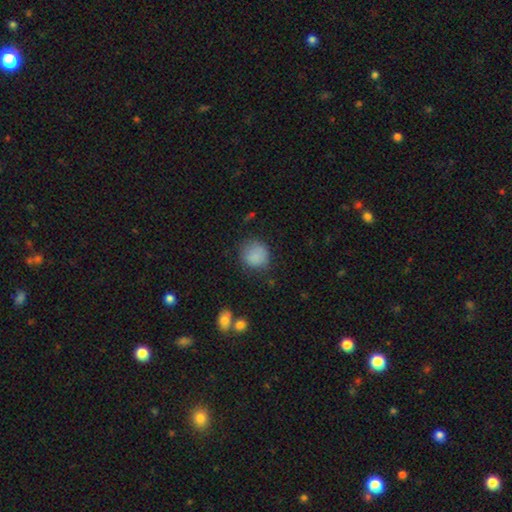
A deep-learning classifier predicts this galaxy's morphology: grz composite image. It shows a smooth galaxy with no disk features (85%) that is round (86%). Merging: none (73%).